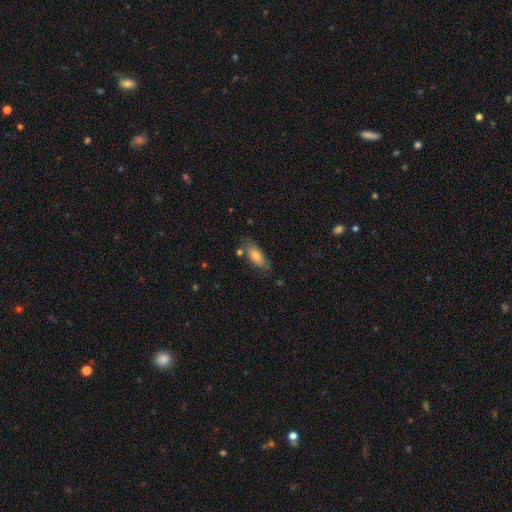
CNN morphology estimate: The model was most divided on "merging": none: 70%, minor disturbance: 19%, merger: 6%, major disturbance: 5%. More confident: how rounded — in between (76%); smooth or featured — smooth (73%).